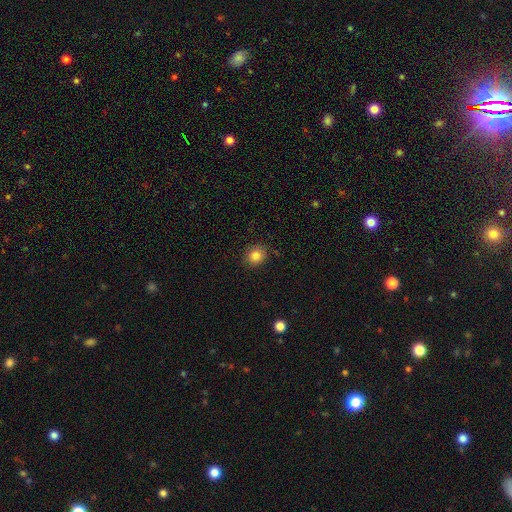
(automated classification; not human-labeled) Smooth or featured: smooth — 84% (star or artifact — 11%)
How rounded: round — 76% (in between — 24%)
Merging: none — 85% (minor disturbance — 11%)